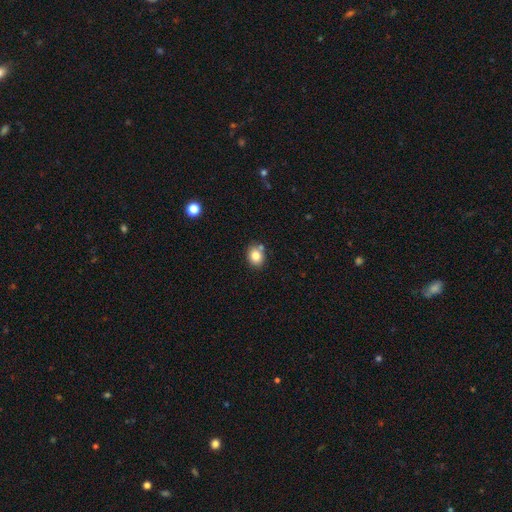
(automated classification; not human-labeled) This appears to be a smooth galaxy with no disk features (82%) that is round (59%). Merging: none (74%).